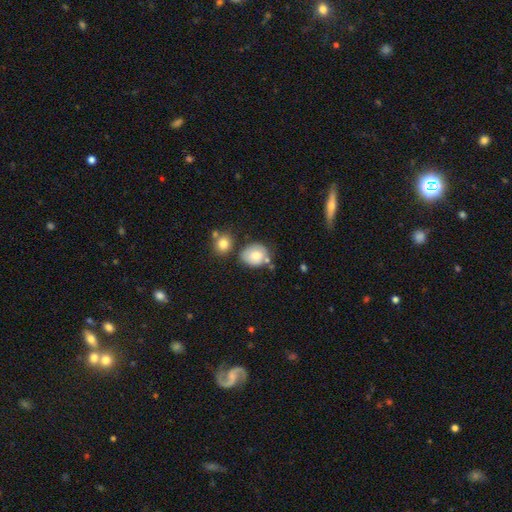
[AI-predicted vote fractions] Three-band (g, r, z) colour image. It shows a smooth galaxy with no disk features (74%) that is round (65%). Merging: none (61%).